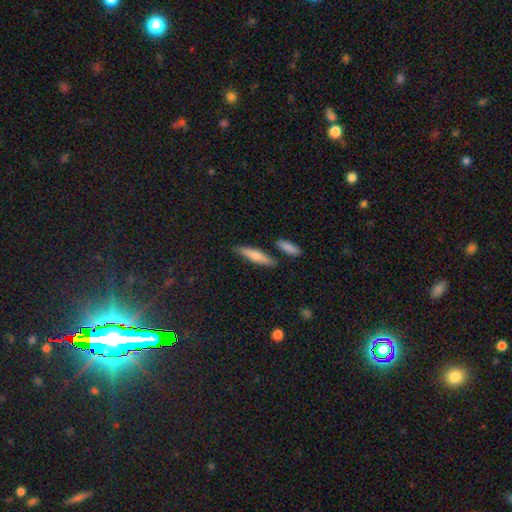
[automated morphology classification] Smooth or featured: smooth — 69% (featured or disk — 25%)
How rounded: cigar-shaped — 76% (in between — 21%)
Merging: none — 78% (minor disturbance — 12%)